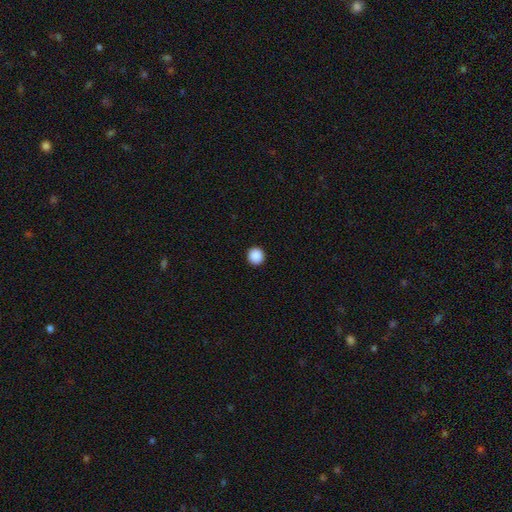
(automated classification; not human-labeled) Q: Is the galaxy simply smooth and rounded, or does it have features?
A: smooth — 89%.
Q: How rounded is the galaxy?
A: round — 96%.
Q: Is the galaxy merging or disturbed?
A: none — 94%.